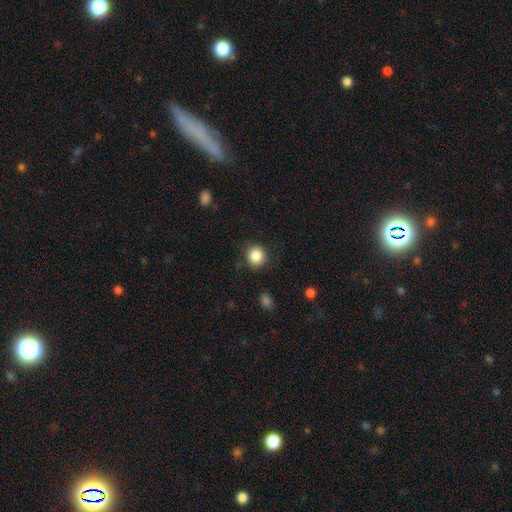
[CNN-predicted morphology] Smooth or featured? smooth (85%)
How rounded? round (91%)
Merging? none (87%)